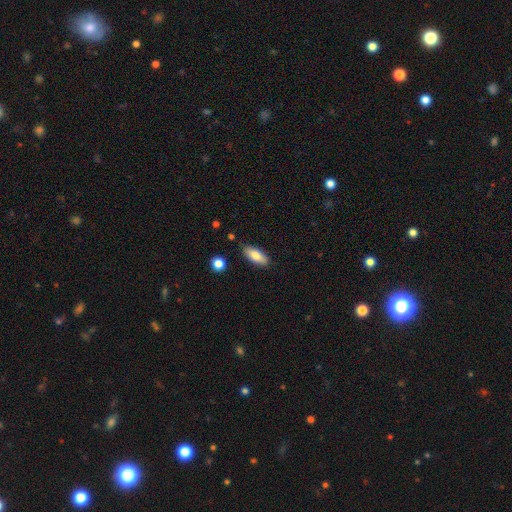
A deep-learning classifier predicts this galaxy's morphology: This is clearly a smooth galaxy (81%). How rounded: clearly in between (82%). Merging: clearly none (85%).